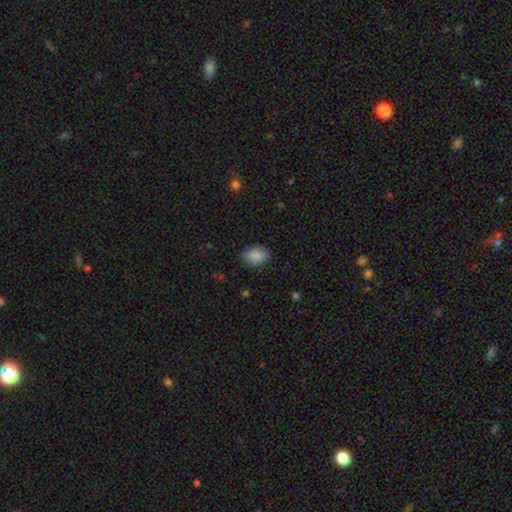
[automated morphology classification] Q: Smooth or featured?
A: smooth (89%); runner-up: star or artifact (8%)
Q: How rounded?
A: in between (74%); runner-up: round (25%)
Q: Merging?
A: none (84%); runner-up: minor disturbance (12%)